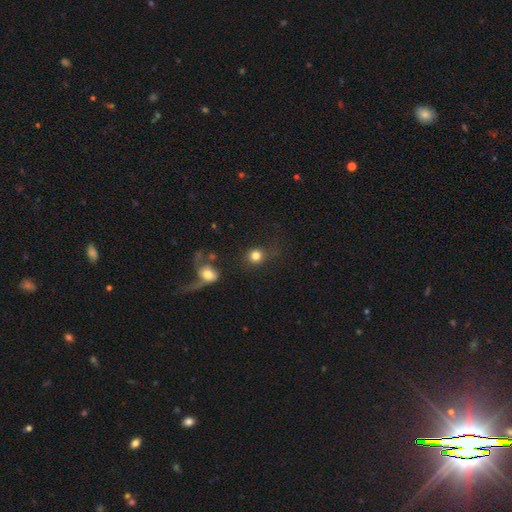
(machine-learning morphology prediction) A smooth galaxy with no disk features (81%) that is round (87%).

Vote fractions:
- Smooth or featured? smooth: 81% / star or artifact: 11% / featured or disk: 8%
- How rounded? round: 87% / in between: 12% / cigar-shaped: 1%
- Merging? none: 63% / minor disturbance: 13% / major disturbance: 12% / merger: 11%